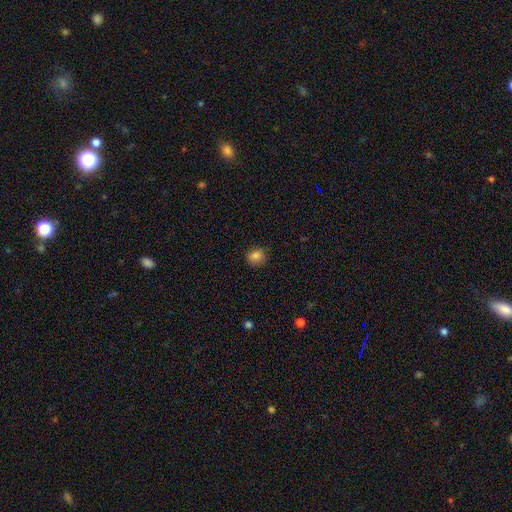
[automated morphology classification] Smooth or featured? smooth (85%)
How rounded? round (80%)
Merging? none (83%)